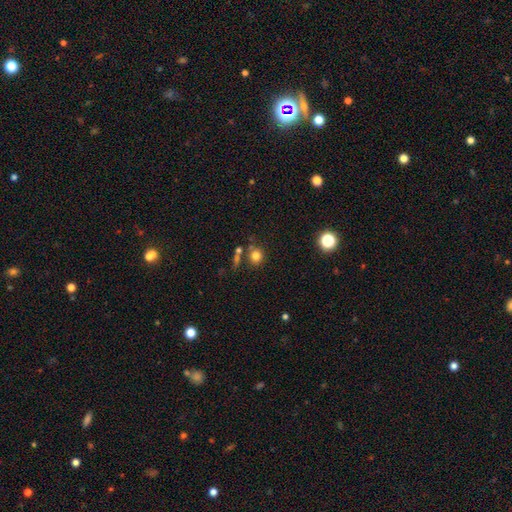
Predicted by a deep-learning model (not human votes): Smooth or featured? Predicted: smooth (p=0.78). How rounded? Predicted: round (p=0.86). Merging? Predicted: none (p=0.69).